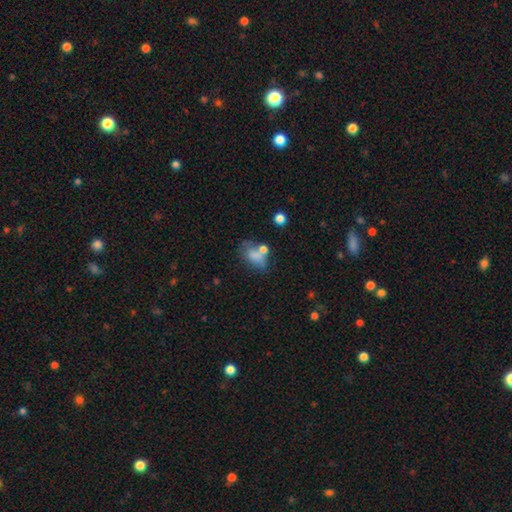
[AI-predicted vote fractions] Overall: smooth (66%). How rounded: in between (81%). Merging: none (32%; merger 27%).